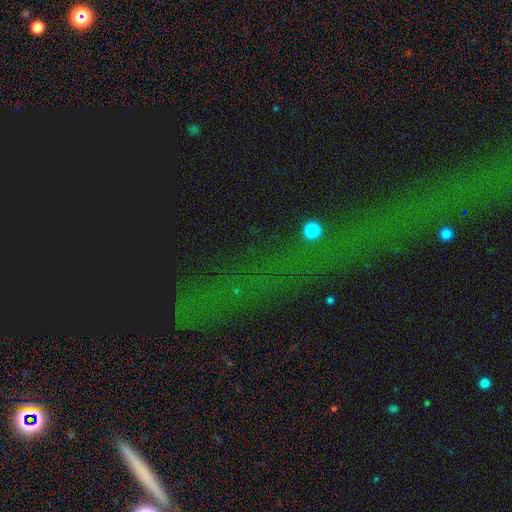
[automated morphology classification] smooth_or_featured: star or artifact (p=0.73) [alt: featured or disk p=0.14]